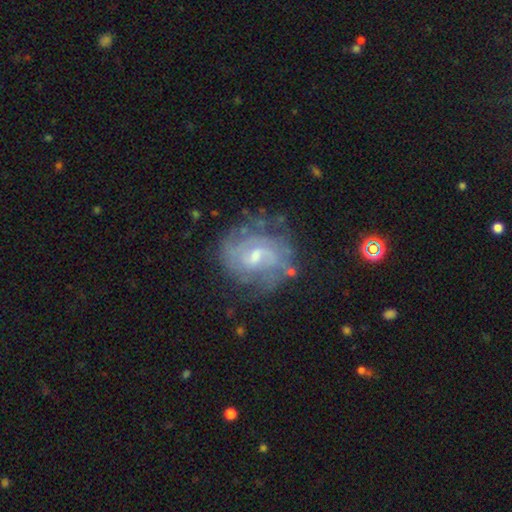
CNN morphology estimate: smooth_or_featured: featured or disk (p=0.82) [alt: smooth p=0.12]
disk_edge_on: no (p=0.97) [alt: yes p=0.03]
bar: weak (p=0.57) [alt: no p=0.32]
has_spiral_arms: yes (p=0.91) [alt: no p=0.09]
spiral_winding: tight (p=0.52) [alt: medium p=0.36]
spiral_arm_count: 2 (p=0.42) [alt: can't tell p=0.34]
bulge_size: small (p=0.52) [alt: moderate p=0.42]
merging: none (p=0.68) [alt: minor disturbance p=0.20]